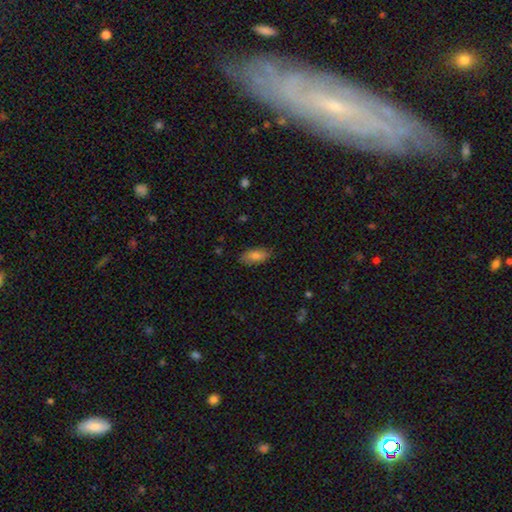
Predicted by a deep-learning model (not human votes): Morphology: type=smooth (79%); roundness=in between (87%); merging=none (82%).